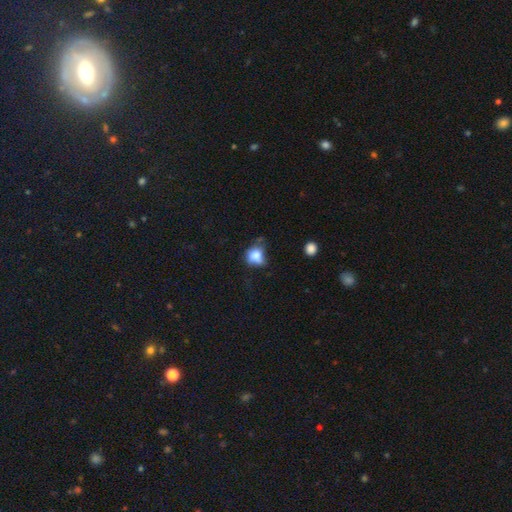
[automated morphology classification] smooth-or-featured: smooth: 74% | featured or disk: 16% | star or artifact: 11%
  how-rounded: round: 54% | in between: 45% | cigar-shaped: 1%
  merging: minor disturbance: 34% (tied) | none: 34% (tied) | major disturbance: 21% | merger: 11%